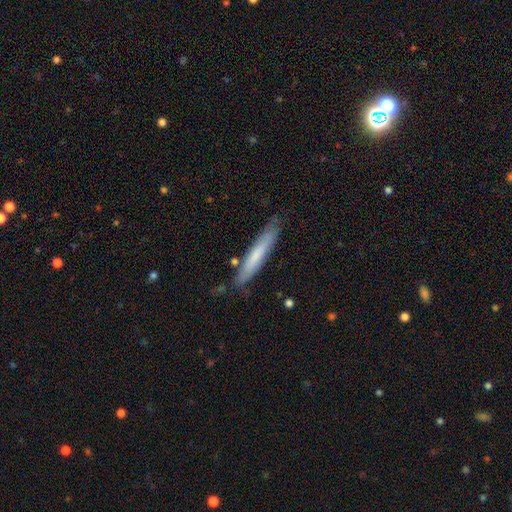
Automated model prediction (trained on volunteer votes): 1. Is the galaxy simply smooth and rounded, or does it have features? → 63% smooth, 31% featured or disk, 6% star or artifact.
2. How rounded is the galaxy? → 92% cigar-shaped, 7% in between, 1% round.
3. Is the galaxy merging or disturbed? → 80% none, 15% minor disturbance, 3% major disturbance, 2% merger.